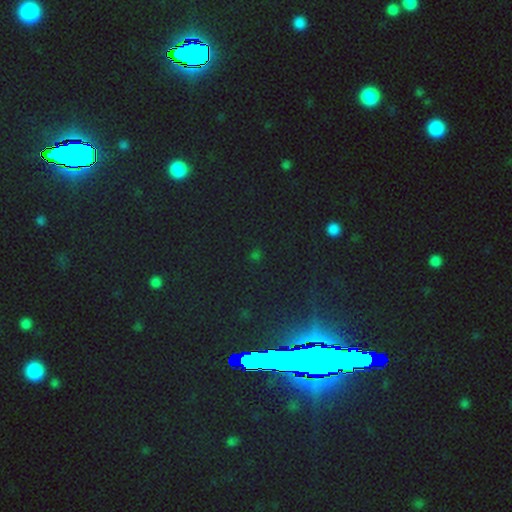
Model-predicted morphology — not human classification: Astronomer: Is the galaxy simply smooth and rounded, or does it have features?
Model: star or artifact — 74%.